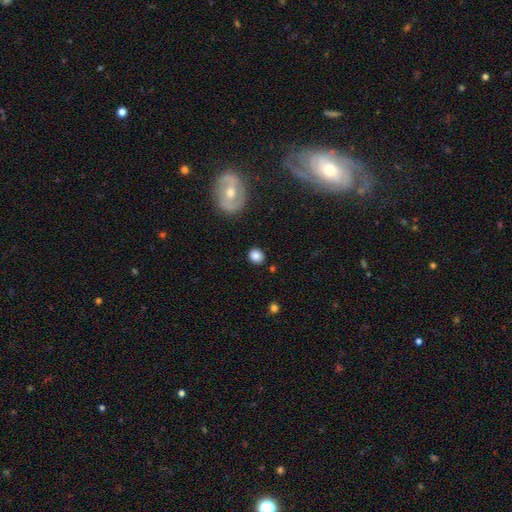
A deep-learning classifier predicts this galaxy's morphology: Smooth or featured: smooth — 84% (star or artifact — 9%)
How rounded: round — 69% (in between — 29%)
Merging: none — 84% (minor disturbance — 10%)